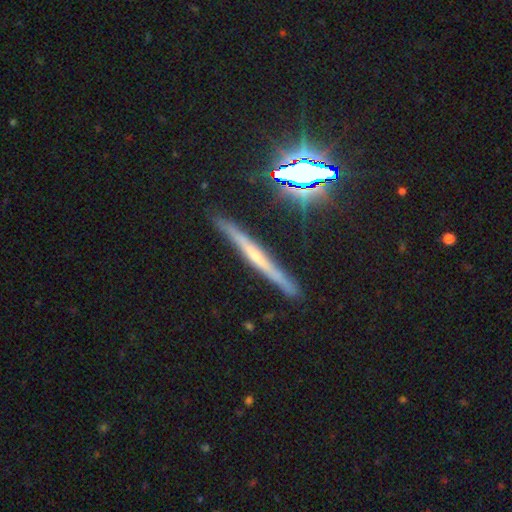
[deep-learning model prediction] Q: Smooth or featured?
A: featured or disk (61%); runner-up: smooth (25%)
Q: Edge-on disk?
A: yes (95%); runner-up: no (5%)
Q: Edge-on bulge?
A: none (54%); runner-up: rounded (36%)
Q: Merging?
A: none (86%); runner-up: minor disturbance (10%)